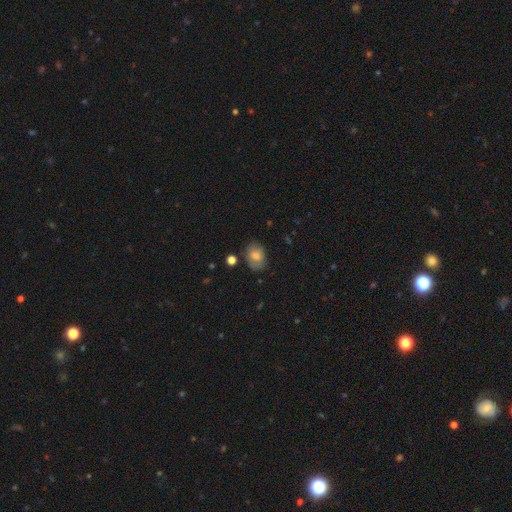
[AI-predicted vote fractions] Smooth or featured?
  - smooth: 73% *
  - featured or disk: 18%
  - star or artifact: 9%
How rounded?
  - in between: 74% *
  - round: 25%
  - cigar-shaped: 1%
Merging?
  - none: 75% *
  - minor disturbance: 18%
  - major disturbance: 4%
  - merger: 2%